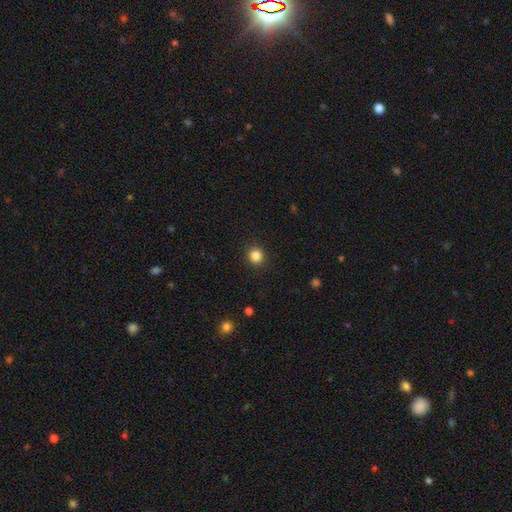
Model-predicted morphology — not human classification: A smooth galaxy with no disk features (85%) that is round (89%).

Vote fractions:
- Smooth or featured? smooth: 85% / star or artifact: 11% / featured or disk: 4%
- How rounded? round: 89% / in between: 10% / cigar-shaped: 1%
- Merging? none: 92% / minor disturbance: 6% / major disturbance: 2% / merger: 1%